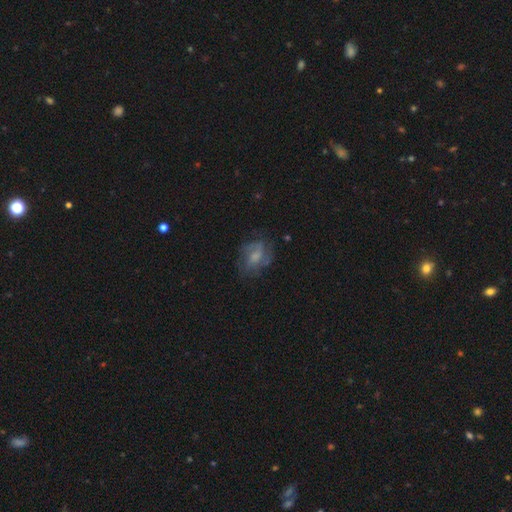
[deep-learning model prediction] A featured or disk galaxy (54%) with no bar (49%), spiral arms (71%) and a moderate central bulge (36%).

Vote fractions:
- Smooth or featured? featured or disk: 54% / smooth: 36% / star or artifact: 10%
- Edge-on disk? no: 96% / yes: 4%
- Bar? no: 49% / weak: 42% / strong: 10%
- Spiral arms? yes: 71% / no: 29%
- Bulge size? moderate: 36% / small: 34% / none: 21% / large: 8% / dominant: 1%
- Merging? none: 59% / minor disturbance: 23% / major disturbance: 16% / merger: 2%